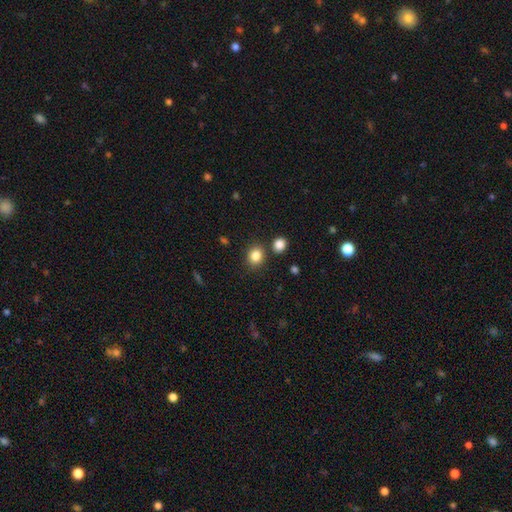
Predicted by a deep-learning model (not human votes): This appears to be a smooth galaxy with no disk features (84%) that is round (69%). Merging: none (81%).